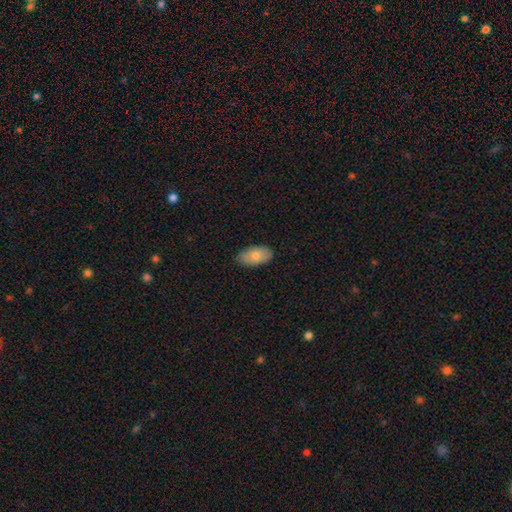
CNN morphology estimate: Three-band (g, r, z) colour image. It shows a smooth galaxy with no disk features (80%) that is in between round and cigar-shaped (94%). Merging: none (84%).